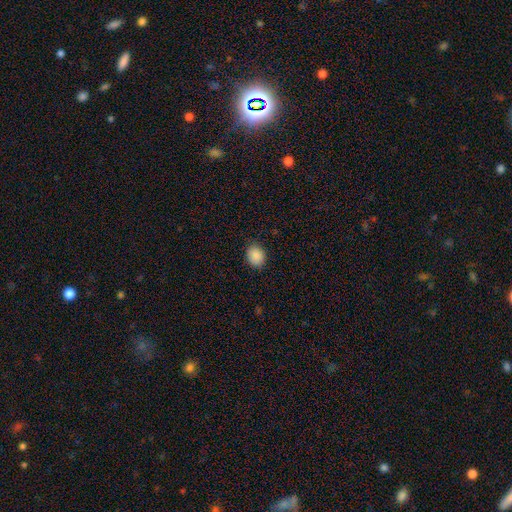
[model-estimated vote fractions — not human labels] A smooth galaxy with no disk features (89%) that is round (60%).

Vote fractions:
- Smooth or featured? smooth: 89% / star or artifact: 9% / featured or disk: 3%
- How rounded? round: 60% / in between: 39% / cigar-shaped: 1%
- Merging? none: 86% / minor disturbance: 11% / major disturbance: 2% / merger: 1%